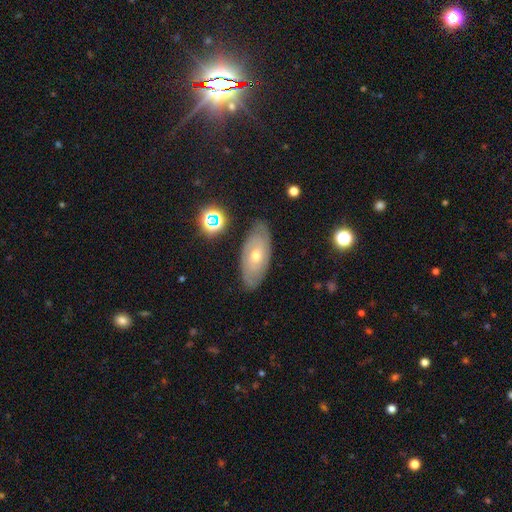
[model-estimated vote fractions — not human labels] A featured or disk galaxy (66%) with no bar (77%), spiral arms (79%) and a moderate central bulge (52%). Merging: none (82%).